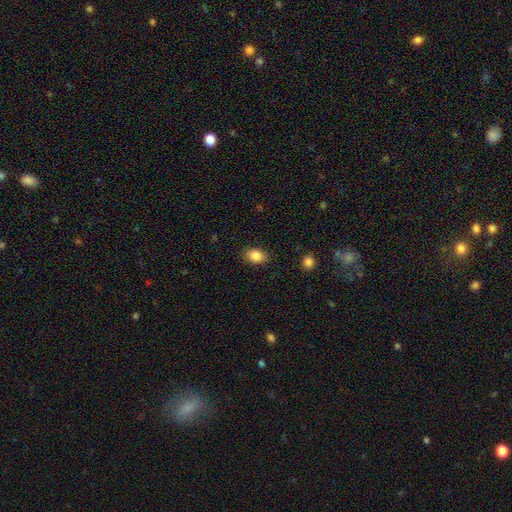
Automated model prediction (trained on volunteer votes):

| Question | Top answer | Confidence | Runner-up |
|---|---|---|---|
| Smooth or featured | smooth | 85% | star or artifact (9%) |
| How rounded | in between | 77% | round (22%) |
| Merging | none | 87% | minor disturbance (10%) |